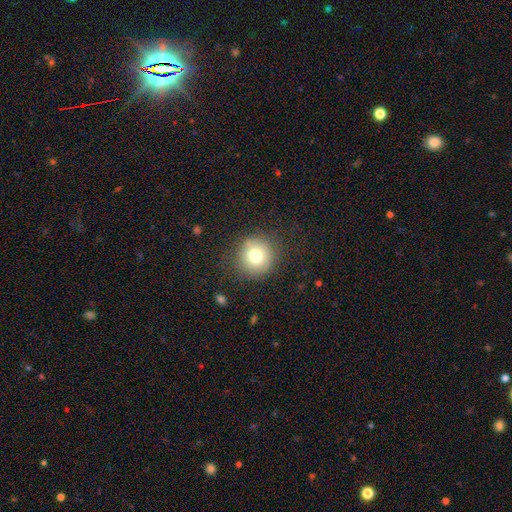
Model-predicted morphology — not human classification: smooth 77%, featured or disk 12%, star or artifact 11%. Down the decision tree: how rounded — round (91%); merging — none (85%).